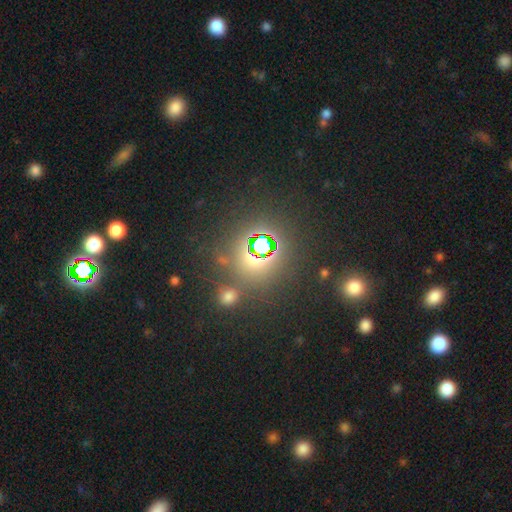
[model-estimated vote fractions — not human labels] Smooth or featured? star or artifact (70%)